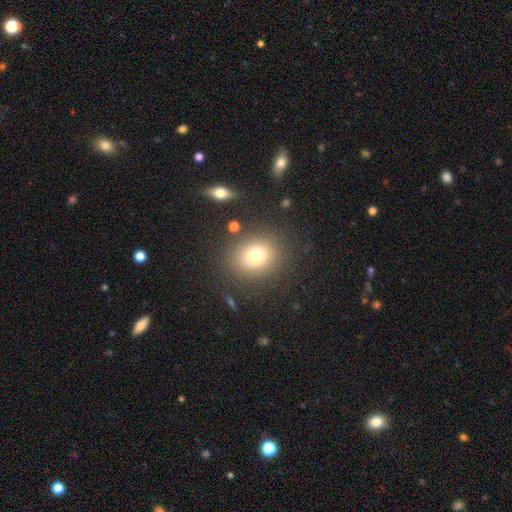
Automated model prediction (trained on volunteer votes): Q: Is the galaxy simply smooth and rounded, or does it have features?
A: smooth — 76%.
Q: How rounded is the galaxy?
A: round — 63%.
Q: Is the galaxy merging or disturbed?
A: none — 84%.